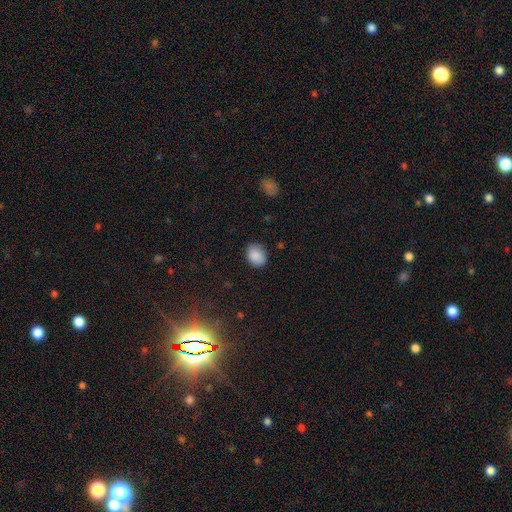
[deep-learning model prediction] Q: Smooth or featured?
A: smooth (88%); runner-up: star or artifact (8%)
Q: How rounded?
A: in between (58%); runner-up: round (41%)
Q: Merging?
A: none (81%); runner-up: minor disturbance (15%)